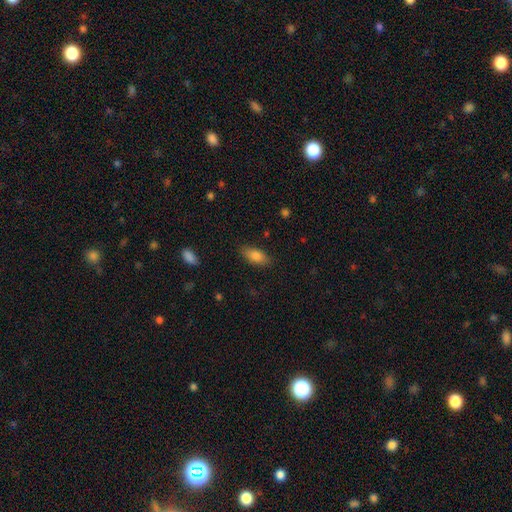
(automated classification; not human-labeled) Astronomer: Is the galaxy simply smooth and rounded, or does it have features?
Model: smooth — 81%.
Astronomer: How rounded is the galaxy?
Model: in between — 83%.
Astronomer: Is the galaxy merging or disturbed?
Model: none — 84%.